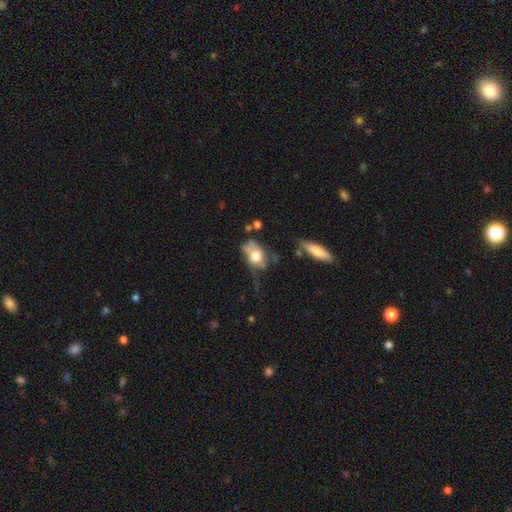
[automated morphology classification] smooth-or-featured: smooth: 65% | featured or disk: 27% | star or artifact: 8%
  how-rounded: in between: 78% | round: 20% | cigar-shaped: 3%
  merging: major disturbance: 36% | minor disturbance: 28% | none: 24% | merger: 11%